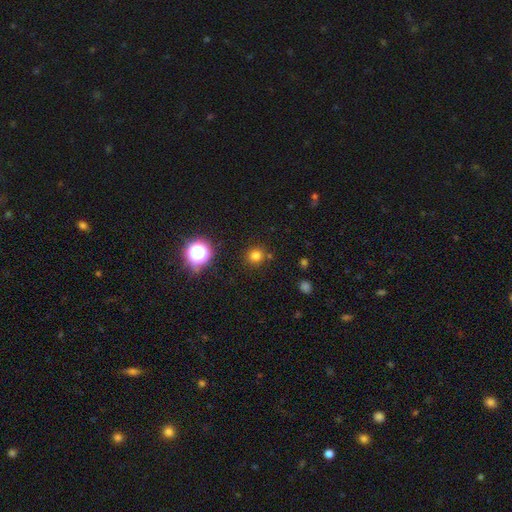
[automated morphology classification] A smooth galaxy with no disk features (76%) that is round (92%).

Vote fractions:
- Smooth or featured? smooth: 76% / star or artifact: 19% / featured or disk: 5%
- How rounded? round: 92% / in between: 7% / cigar-shaped: 1%
- Merging? none: 87% / minor disturbance: 7% / merger: 4% / major disturbance: 2%